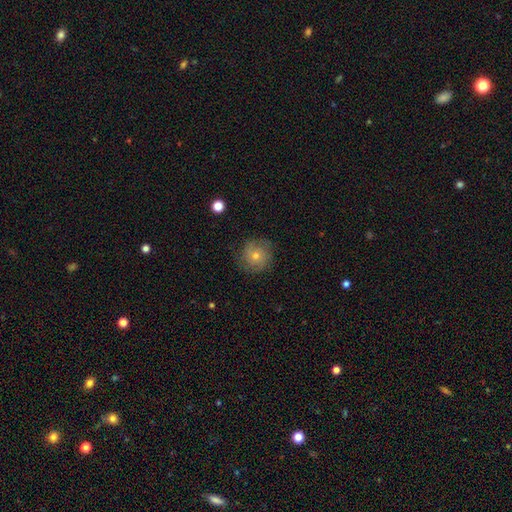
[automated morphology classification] The model was most divided on "smooth or featured": featured or disk: 48%, smooth: 40%, star or artifact: 12%. More confident: merging — none (80%).